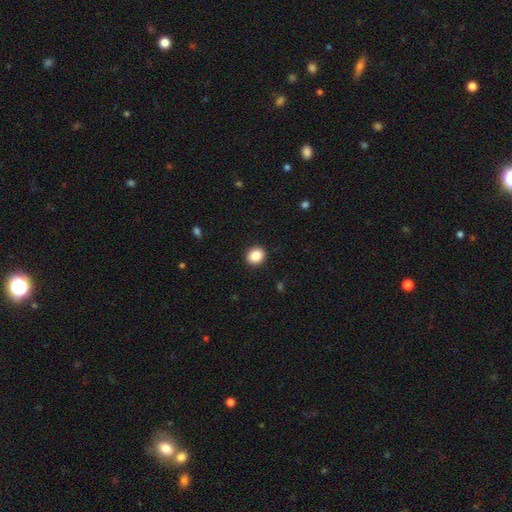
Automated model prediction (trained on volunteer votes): Smooth or featured?
  - smooth: 86% *
  - star or artifact: 9%
  - featured or disk: 5%
How rounded?
  - round: 70% *
  - in between: 29%
  - cigar-shaped: 1%
Merging?
  - none: 92% *
  - minor disturbance: 6%
  - major disturbance: 2%
  - merger: 1%